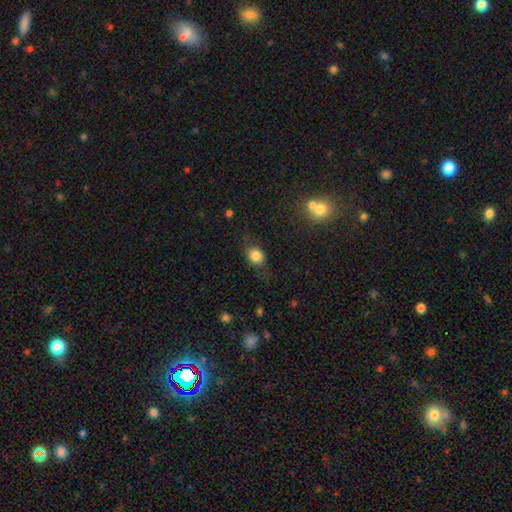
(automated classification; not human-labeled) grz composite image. It shows a smooth galaxy with no disk features (80%) that is in between round and cigar-shaped (53%). Merging: none (72%).